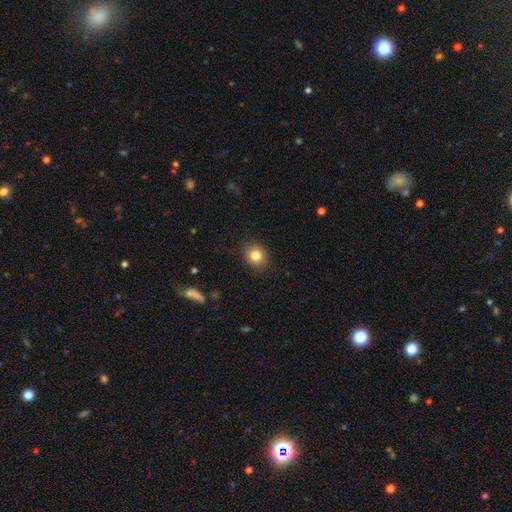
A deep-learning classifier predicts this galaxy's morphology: Q: Smooth or featured?
A: smooth (82%); runner-up: star or artifact (11%)
Q: How rounded?
A: round (80%); runner-up: in between (19%)
Q: Merging?
A: none (89%); runner-up: minor disturbance (8%)